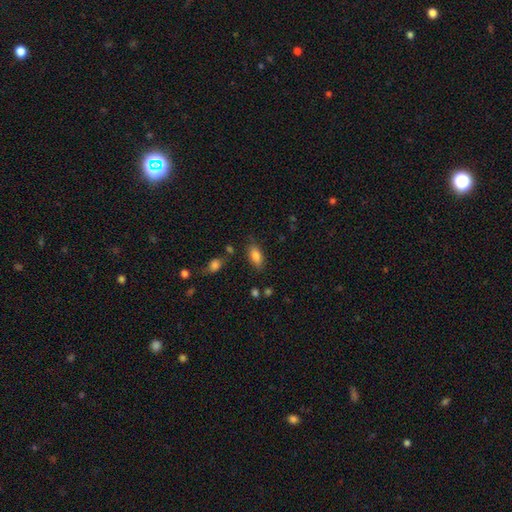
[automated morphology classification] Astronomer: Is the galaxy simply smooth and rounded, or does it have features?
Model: smooth — 83%.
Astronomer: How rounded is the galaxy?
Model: in between — 88%.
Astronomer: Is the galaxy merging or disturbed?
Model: none — 78%.